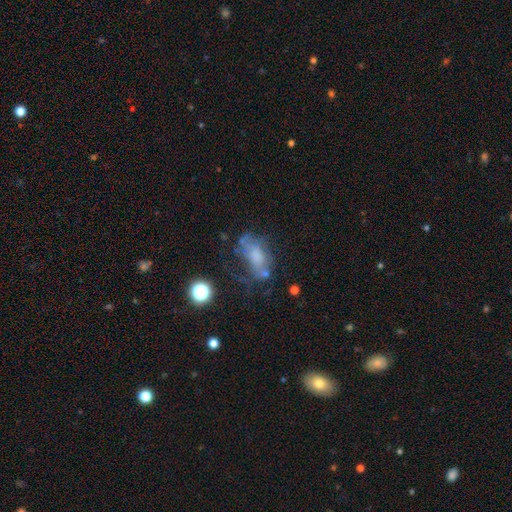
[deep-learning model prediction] The model was most divided on "smooth or featured": smooth: 44%, featured or disk: 41%, star or artifact: 16%. Remaining: merging — none (37%).